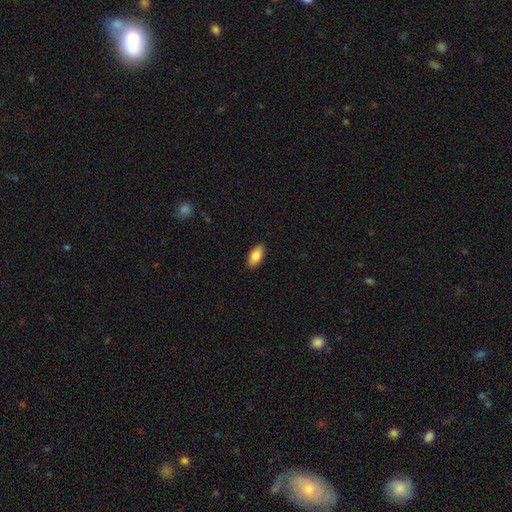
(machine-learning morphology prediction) A smooth galaxy with no disk features (87%) that is in between round and cigar-shaped (92%).

Vote fractions:
- Smooth or featured? smooth: 87% / featured or disk: 7% / star or artifact: 6%
- How rounded? in between: 92% / cigar-shaped: 5% / round: 2%
- Merging? none: 89% / minor disturbance: 8% / major disturbance: 2% / merger: 1%